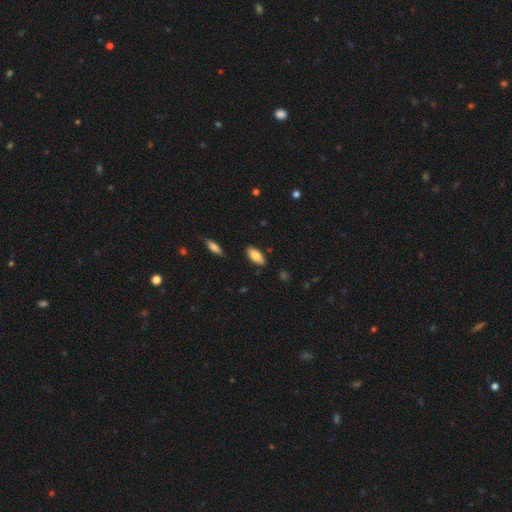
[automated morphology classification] This appears to be a smooth galaxy with no disk features (83%) that is in between round and cigar-shaped (88%). Merging: none (86%).